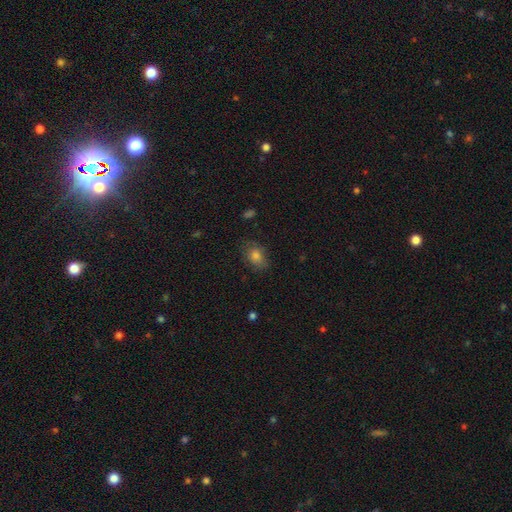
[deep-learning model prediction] A smooth galaxy with no disk features (78%) that is in between round and cigar-shaped (68%).

Vote fractions:
- Smooth or featured? smooth: 78% / star or artifact: 11% / featured or disk: 11%
- How rounded? in between: 68% / round: 31% / cigar-shaped: 1%
- Merging? none: 75% / minor disturbance: 19% / major disturbance: 5% / merger: 1%